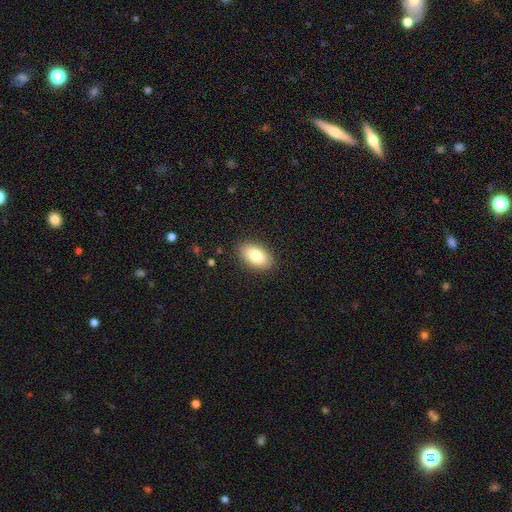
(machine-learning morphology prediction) This appears to be a smooth galaxy with no disk features (81%) that is in between round and cigar-shaped (93%). Merging: none (88%).